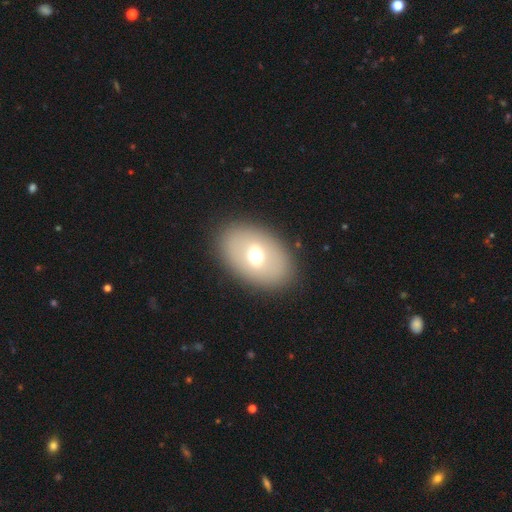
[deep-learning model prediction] smooth 61%, featured or disk 29%, star or artifact 11%. Down the decision tree: how rounded — in between (81%); merging — none (87%).